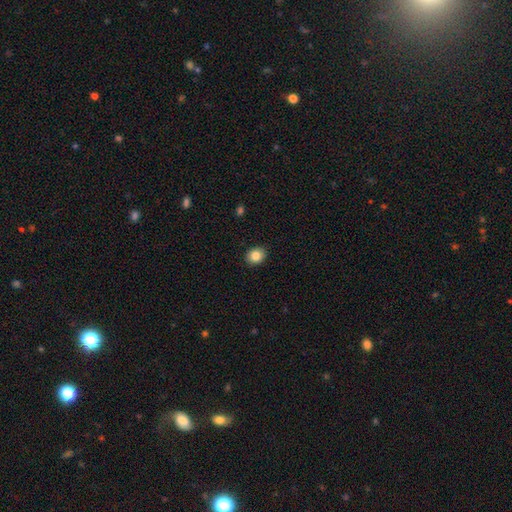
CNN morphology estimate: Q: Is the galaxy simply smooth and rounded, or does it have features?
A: smooth — 84%.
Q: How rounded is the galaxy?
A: round — 55%.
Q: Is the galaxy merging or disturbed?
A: none — 90%.